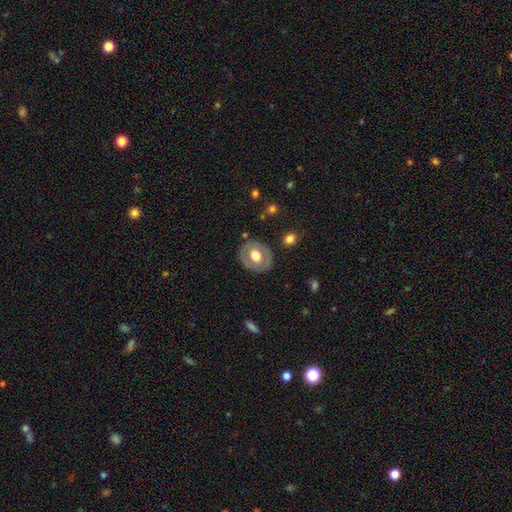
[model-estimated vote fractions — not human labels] A smooth galaxy with no disk features (49%).

Vote fractions:
- Smooth or featured? smooth: 49% / featured or disk: 45% / star or artifact: 6%
- Merging? none: 82% / minor disturbance: 12% / major disturbance: 4% / merger: 2%